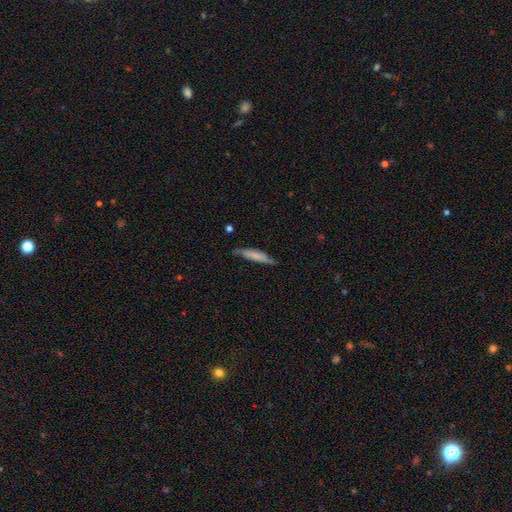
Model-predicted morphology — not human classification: This is likely a smooth galaxy (63%). How rounded: clearly cigar-shaped (81%). Merging: likely none (65%).